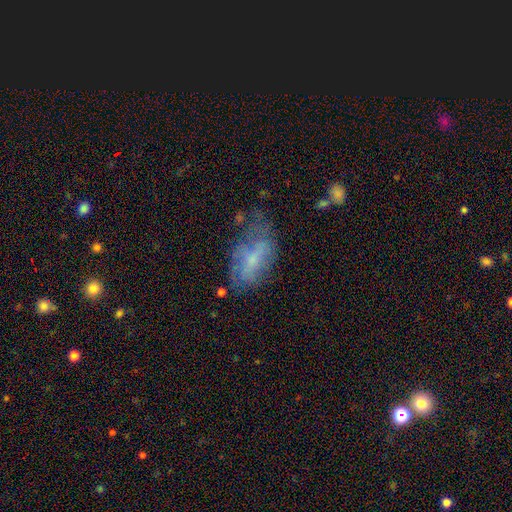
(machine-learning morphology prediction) A featured or disk galaxy (42%). Merging: none (53%).